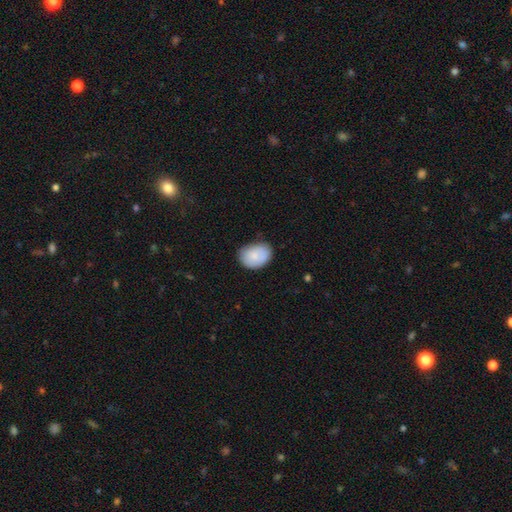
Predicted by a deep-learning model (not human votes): Smooth or featured?
  - smooth: 81% *
  - featured or disk: 13%
  - star or artifact: 7%
How rounded?
  - in between: 72% *
  - round: 27%
  - cigar-shaped: 1%
Merging?
  - none: 70% *
  - minor disturbance: 24%
  - major disturbance: 4%
  - merger: 2%